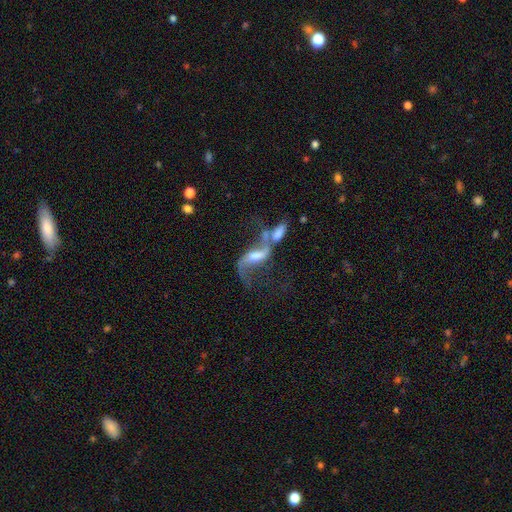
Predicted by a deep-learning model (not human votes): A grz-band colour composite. It shows a featured or disk galaxy (79%) with a weak bar (42%), 2 (81%) loose (87%) spiral arms (88%) and a moderate central bulge (45%). Merging: merger (50%).